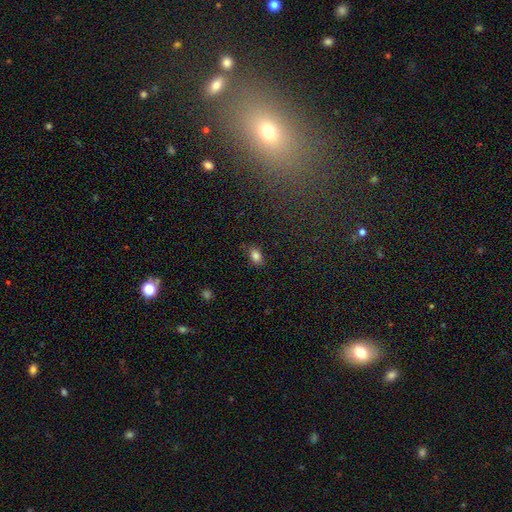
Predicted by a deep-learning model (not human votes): A smooth galaxy with no disk features (83%) that is in between round and cigar-shaped (87%).

Vote fractions:
- Smooth or featured? smooth: 83% / star or artifact: 10% / featured or disk: 6%
- How rounded? in between: 87% / round: 11% / cigar-shaped: 2%
- Merging? none: 81% / minor disturbance: 14% / major disturbance: 3% / merger: 2%